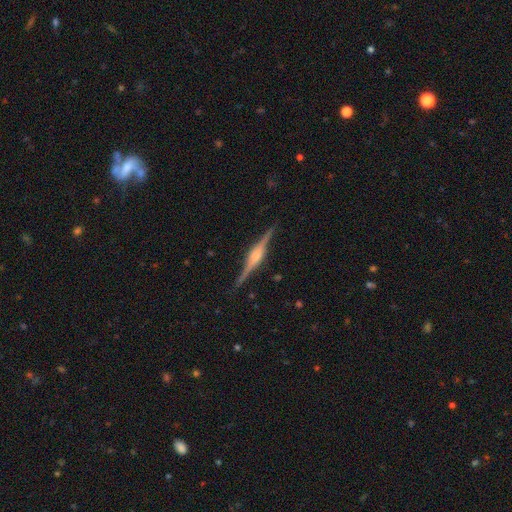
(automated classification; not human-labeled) Smooth or featured? Predicted: featured or disk (p=0.86). Edge-on disk? Predicted: yes (p=0.98). Edge-on bulge? Predicted: rounded (p=0.72). Merging? Predicted: none (p=0.89).